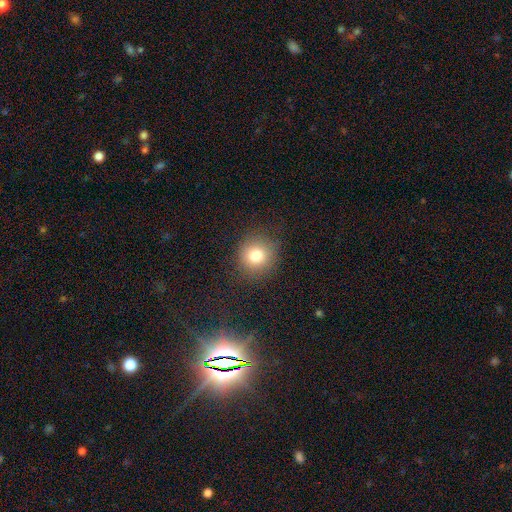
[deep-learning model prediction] This appears to be a smooth galaxy with no disk features (78%) that is round (88%). Merging: none (85%).